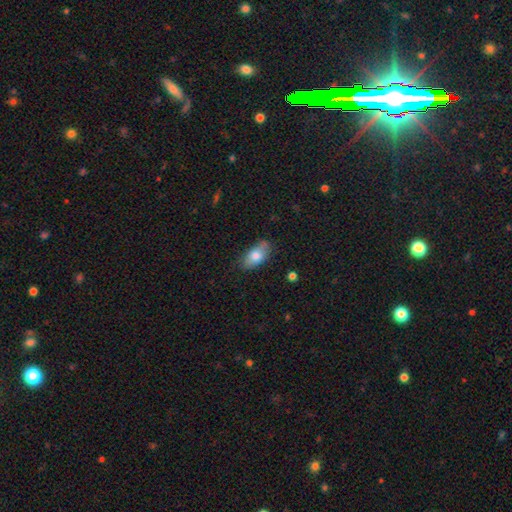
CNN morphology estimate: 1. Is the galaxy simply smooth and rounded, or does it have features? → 77% smooth, 16% featured or disk, 7% star or artifact.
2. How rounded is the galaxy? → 89% in between, 7% cigar-shaped, 4% round.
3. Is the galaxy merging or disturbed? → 75% none, 20% minor disturbance, 4% major disturbance, 2% merger.